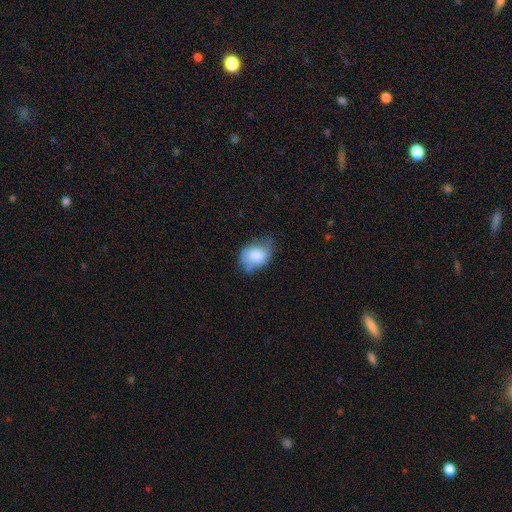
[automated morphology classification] Smooth or featured: smooth — 75% (featured or disk — 18%)
How rounded: in between — 68% (round — 30%)
Merging: minor disturbance — 43% (none — 37%)